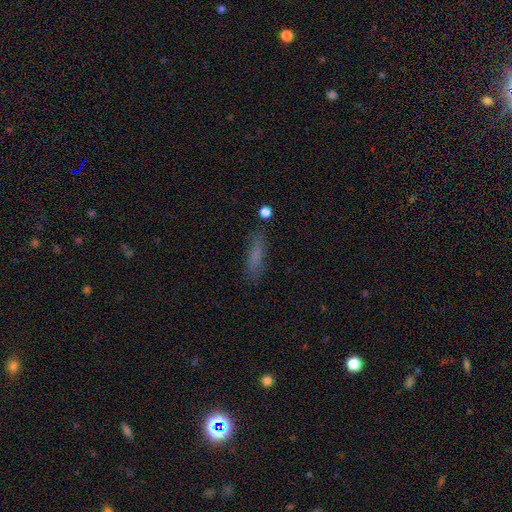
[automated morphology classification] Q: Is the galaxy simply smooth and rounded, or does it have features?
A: smooth — 71%.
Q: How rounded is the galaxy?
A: cigar-shaped — 67%.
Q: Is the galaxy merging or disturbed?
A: none — 78%.